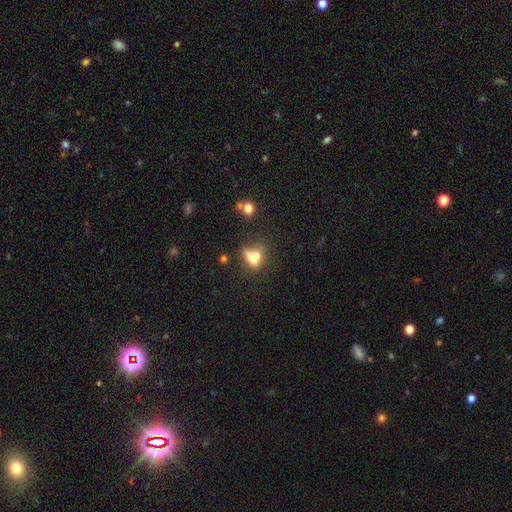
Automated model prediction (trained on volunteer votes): smooth-or-featured: smooth: 66% | featured or disk: 21% | star or artifact: 13%
  how-rounded: in between: 62% | round: 34% | cigar-shaped: 5%
  merging: merger: 47% | none: 28% | minor disturbance: 14% | major disturbance: 11%